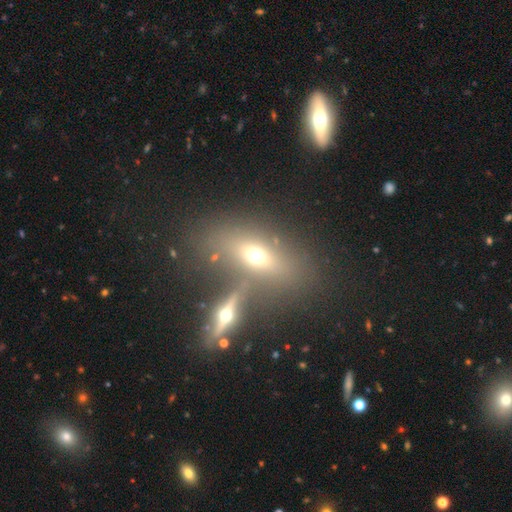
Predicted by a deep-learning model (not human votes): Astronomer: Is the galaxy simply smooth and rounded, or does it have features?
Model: smooth — 51% (runner-up: featured or disk, 34%).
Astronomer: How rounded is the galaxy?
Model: in between — 72%.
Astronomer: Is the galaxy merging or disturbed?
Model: none — 49% (runner-up: merger, 33%).